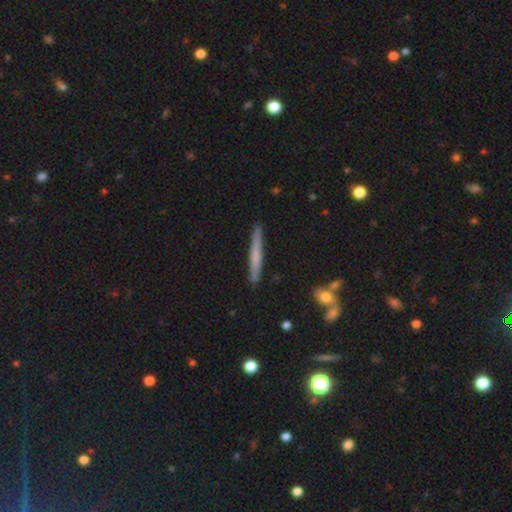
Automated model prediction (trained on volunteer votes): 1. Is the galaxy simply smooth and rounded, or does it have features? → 56% smooth, 39% featured or disk, 6% star or artifact.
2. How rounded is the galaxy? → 96% cigar-shaped, 2% in between, 1% round.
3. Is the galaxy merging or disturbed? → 89% none, 8% minor disturbance, 2% merger, 2% major disturbance.